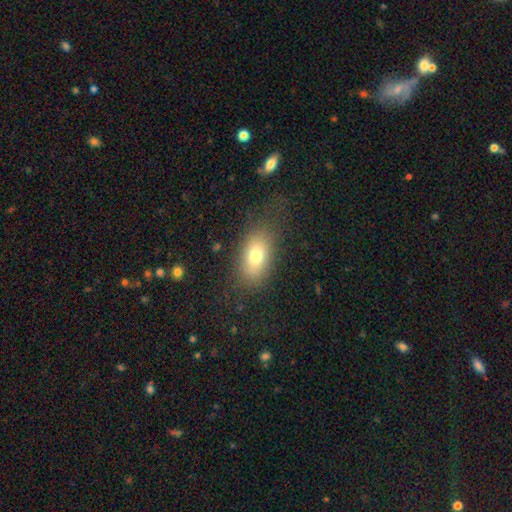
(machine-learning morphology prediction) Q: Smooth or featured?
A: smooth (73%); runner-up: featured or disk (16%)
Q: How rounded?
A: in between (84%); runner-up: round (12%)
Q: Merging?
A: none (72%); runner-up: minor disturbance (16%)